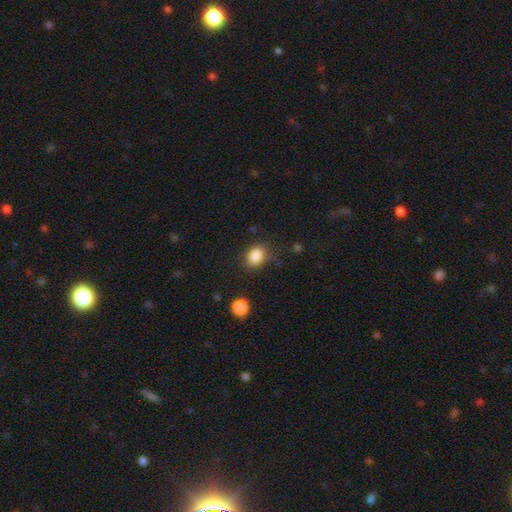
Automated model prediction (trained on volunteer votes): This appears to be a smooth galaxy with no disk features (86%) that is in between round and cigar-shaped (61%). Merging: none (76%).